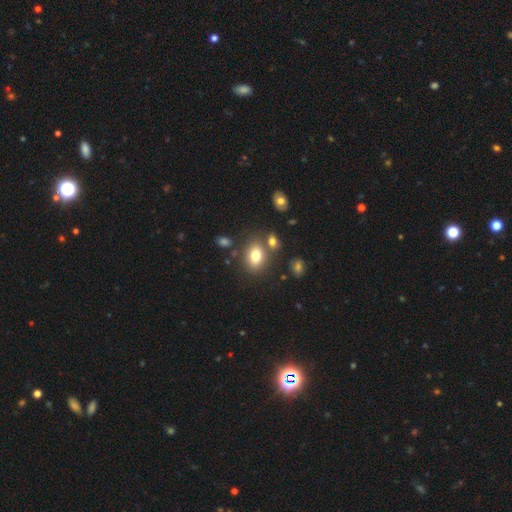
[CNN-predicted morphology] Smooth or featured? Predicted: smooth (p=0.78). How rounded? Predicted: in between (p=0.70). Merging? Predicted: none (p=0.71).